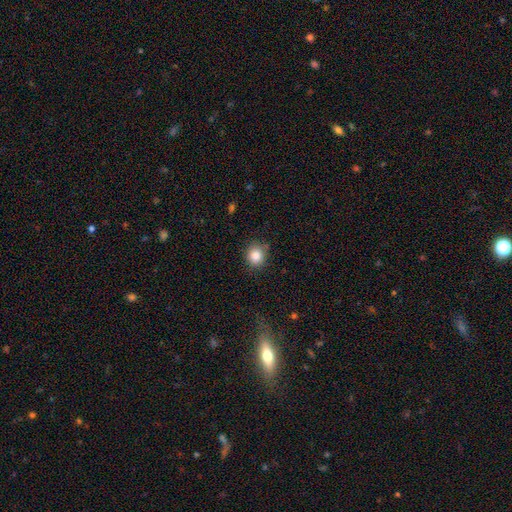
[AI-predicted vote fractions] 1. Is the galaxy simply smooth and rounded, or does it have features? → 84% smooth, 10% star or artifact, 5% featured or disk.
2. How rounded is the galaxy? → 82% round, 17% in between, 1% cigar-shaped.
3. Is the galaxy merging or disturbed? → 79% none, 16% minor disturbance, 3% major disturbance, 2% merger.